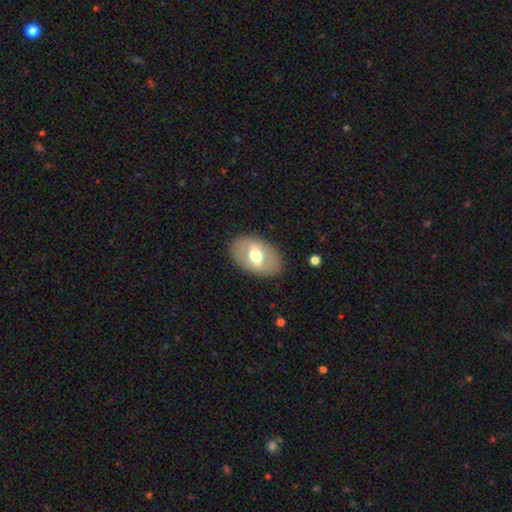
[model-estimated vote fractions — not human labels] Q: Smooth or featured?
A: smooth (52%); runner-up: featured or disk (42%)
Q: How rounded?
A: in between (86%); runner-up: round (12%)
Q: Merging?
A: none (85%); runner-up: minor disturbance (10%)